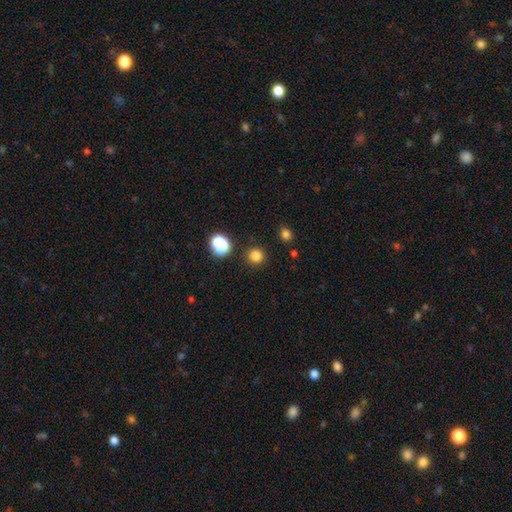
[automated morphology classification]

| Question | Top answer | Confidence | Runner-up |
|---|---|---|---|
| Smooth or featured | smooth | 81% | star or artifact (15%) |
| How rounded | round | 93% | in between (6%) |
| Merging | none | 90% | minor disturbance (6%) |